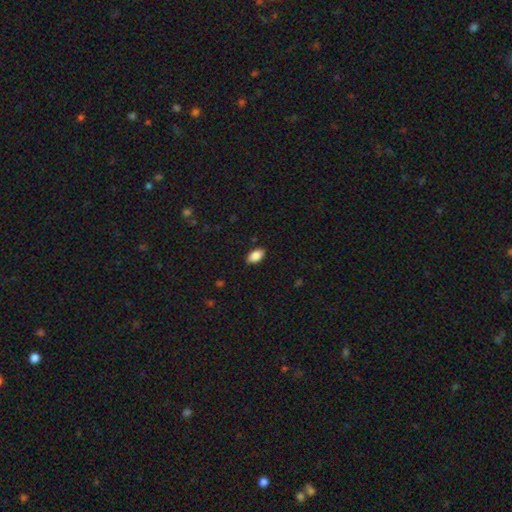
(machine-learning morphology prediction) A smooth galaxy with no disk features (87%) that is in between round and cigar-shaped (94%).

Vote fractions:
- Smooth or featured? smooth: 87% / star or artifact: 7% / featured or disk: 5%
- How rounded? in between: 94% / round: 3% / cigar-shaped: 3%
- Merging? none: 88% / minor disturbance: 9% / major disturbance: 2% / merger: 1%